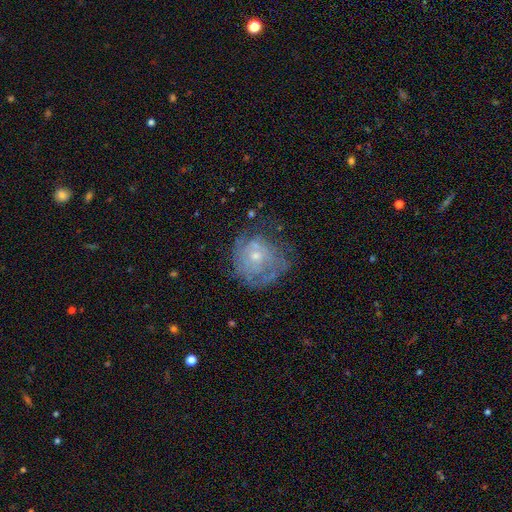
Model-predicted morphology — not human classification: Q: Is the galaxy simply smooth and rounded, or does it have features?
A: featured or disk — 68%.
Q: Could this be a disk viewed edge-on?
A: no — 97%.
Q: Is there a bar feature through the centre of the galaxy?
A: no — 82%.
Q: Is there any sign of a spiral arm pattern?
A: yes — 71%.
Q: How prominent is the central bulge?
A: small — 61%.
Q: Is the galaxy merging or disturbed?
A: none — 59%.